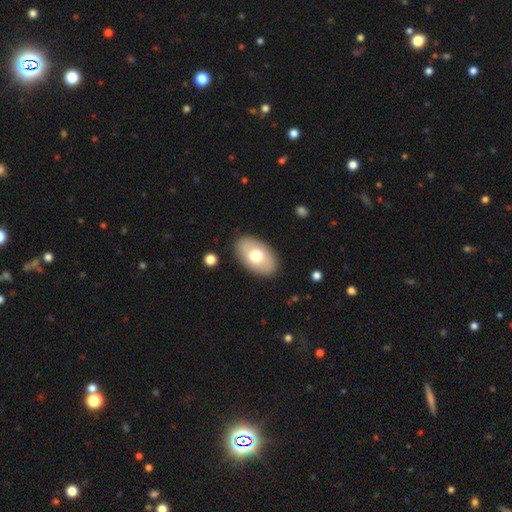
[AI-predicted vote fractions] The model was most divided on "smooth or featured": smooth: 69%, featured or disk: 25%, star or artifact: 6%. More confident: how rounded — in between (93%); merging — none (87%).